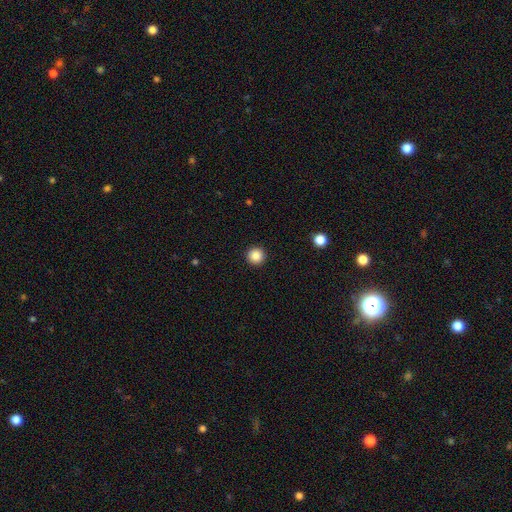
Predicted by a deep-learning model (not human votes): Smooth or featured? smooth (86%)
How rounded? round (96%)
Merging? none (94%)